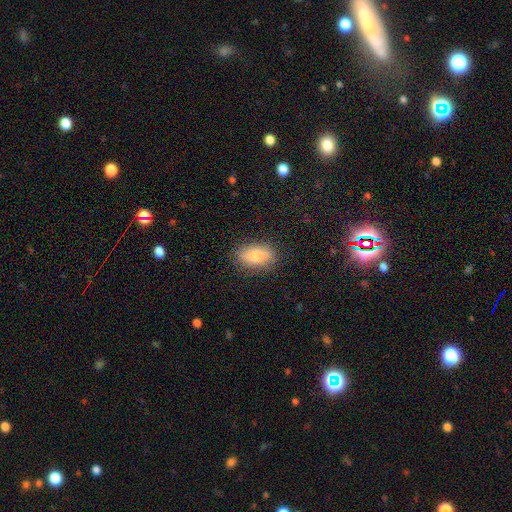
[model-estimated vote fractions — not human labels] Smooth or featured?
  - smooth: 78% *
  - featured or disk: 15%
  - star or artifact: 8%
How rounded?
  - in between: 88% *
  - round: 6%
  - cigar-shaped: 6%
Merging?
  - none: 84% *
  - minor disturbance: 12%
  - major disturbance: 3%
  - merger: 1%